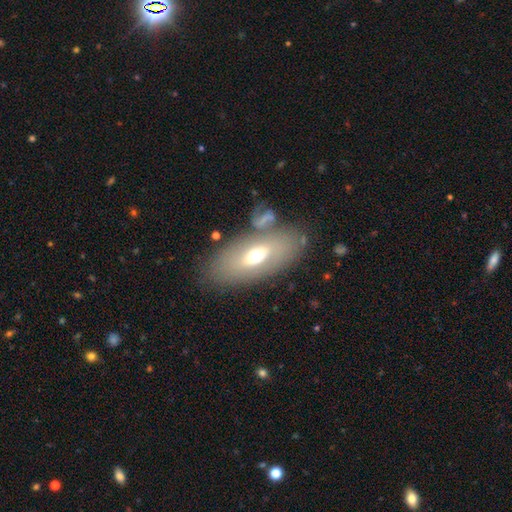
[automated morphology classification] This appears to be a smooth galaxy with no disk features (52%) that is in between round and cigar-shaped (87%). Merging: none (69%).